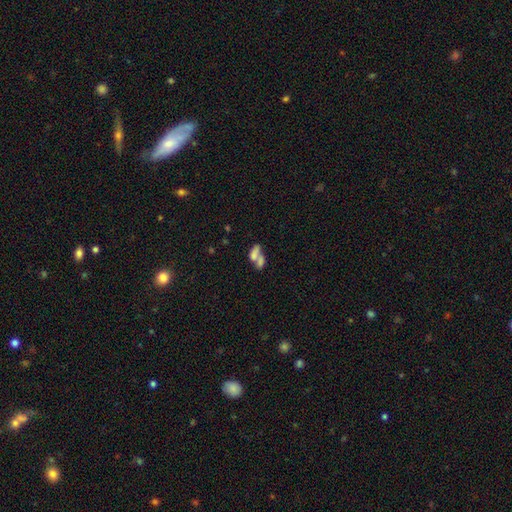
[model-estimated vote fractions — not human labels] This is likely a smooth galaxy (67%). How rounded: clearly in between (82%). Merging: likely merger (67%).